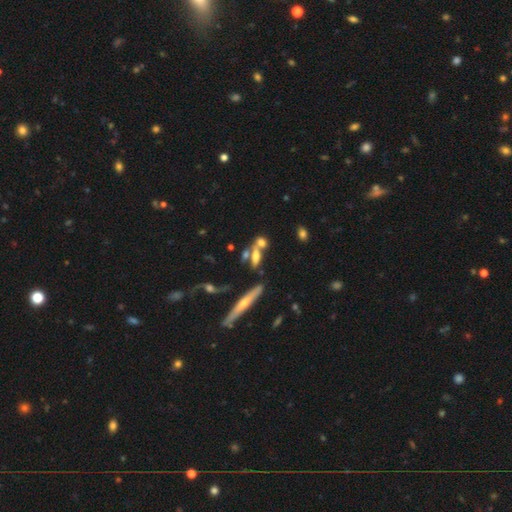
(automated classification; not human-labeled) smooth 53%, featured or disk 34%, star or artifact 13%. Down the decision tree: how rounded — in between (47%); merging — merger (42%).